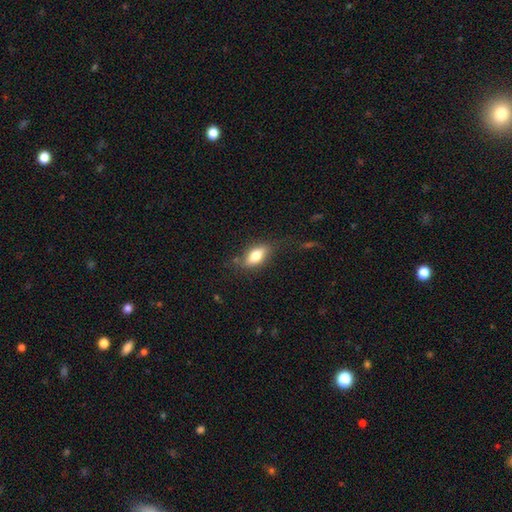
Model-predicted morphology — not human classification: A smooth galaxy with no disk features (74%) that is in between round and cigar-shaped (83%).

Vote fractions:
- Smooth or featured? smooth: 74% / featured or disk: 19% / star or artifact: 7%
- How rounded? in between: 83% / cigar-shaped: 11% / round: 6%
- Merging? none: 71% / minor disturbance: 20% / major disturbance: 7% / merger: 2%